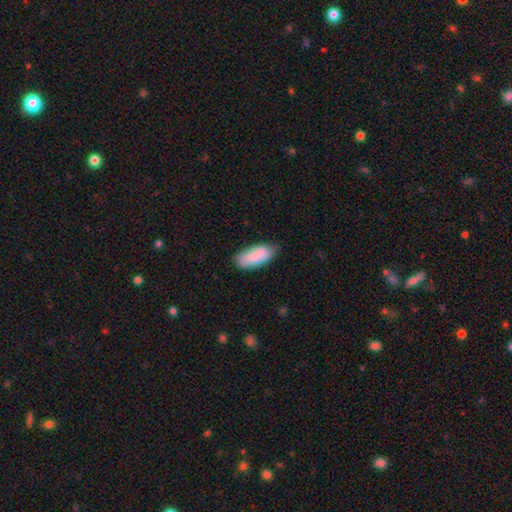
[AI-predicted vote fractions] This appears to be a smooth galaxy with no disk features (85%) that is in between round and cigar-shaped (87%). Merging: none (69%).